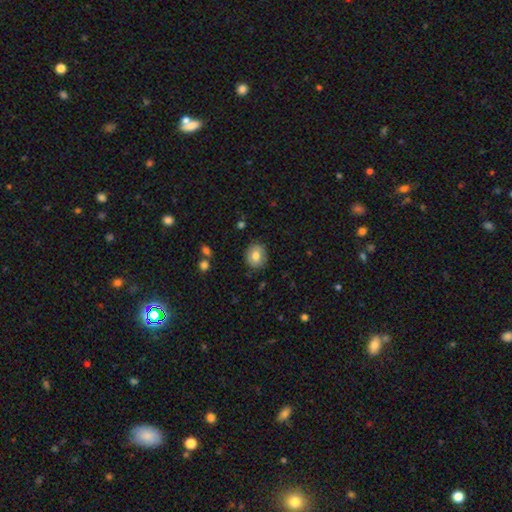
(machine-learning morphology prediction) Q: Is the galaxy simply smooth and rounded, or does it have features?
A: smooth — 77%.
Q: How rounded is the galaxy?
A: round — 75%.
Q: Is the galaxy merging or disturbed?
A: none — 85%.